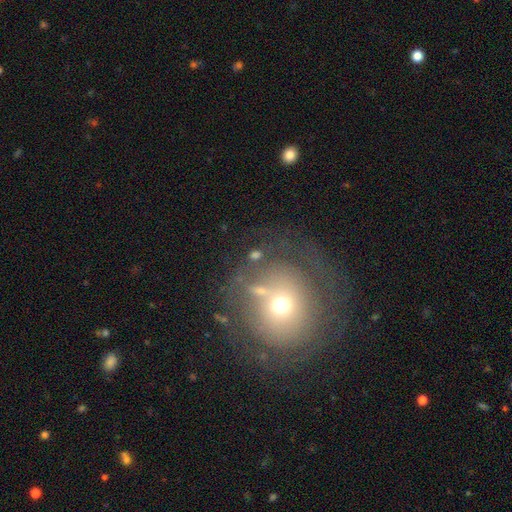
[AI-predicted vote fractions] Smooth or featured?
  - smooth: 48% *
  - featured or disk: 32%
  - star or artifact: 20%
Merging?
  - none: 53% *
  - major disturbance: 21%
  - minor disturbance: 17%
  - merger: 9%